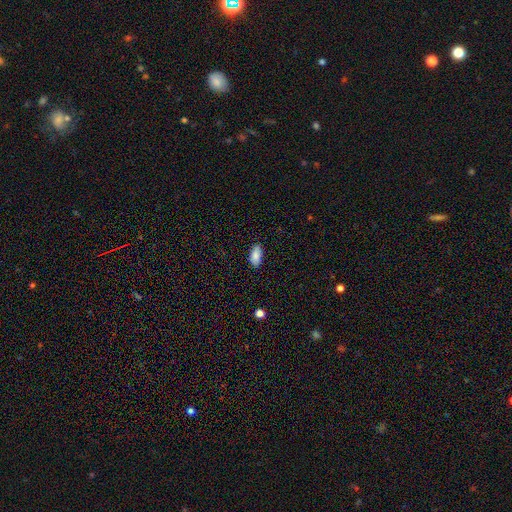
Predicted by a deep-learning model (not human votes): Morphology: type=smooth (86%); roundness=in between (92%); merging=none (85%).